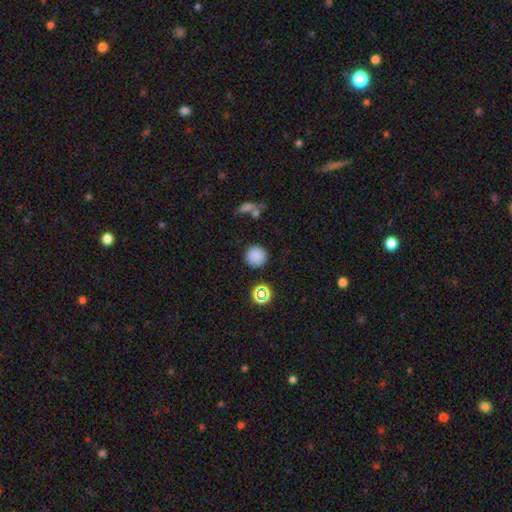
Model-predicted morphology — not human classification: Smooth or featured? Predicted: smooth (p=0.83). How rounded? Predicted: round (p=0.95). Merging? Predicted: none (p=0.86).